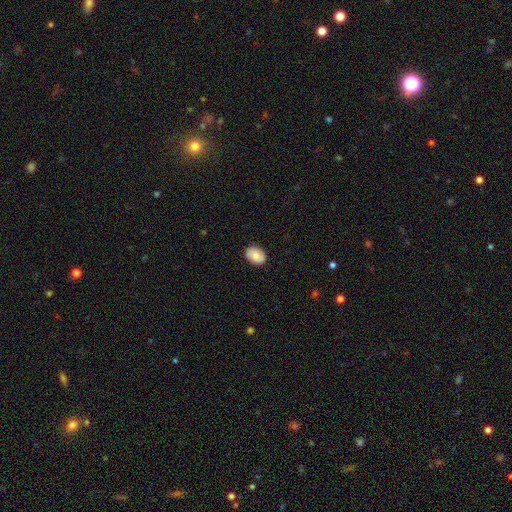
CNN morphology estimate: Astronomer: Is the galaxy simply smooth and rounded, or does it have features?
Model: smooth — 77%.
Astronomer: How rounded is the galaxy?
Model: in between — 75%.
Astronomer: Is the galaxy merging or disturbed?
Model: none — 85%.